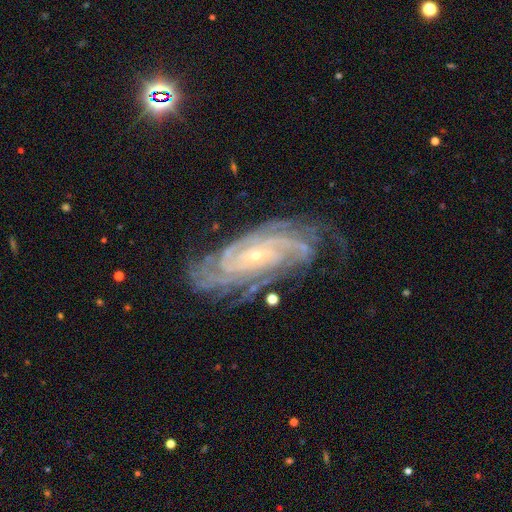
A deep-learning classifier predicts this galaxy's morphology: featured or disk 91%, star or artifact 6%, smooth 4%. Down the decision tree: edge-on disk — no (95%); bar — no (64%); spiral arms — yes (98%); spiral arm count — 4 (29%); spiral winding — tight (78%); bulge size — small (83%); merging — none (74%).